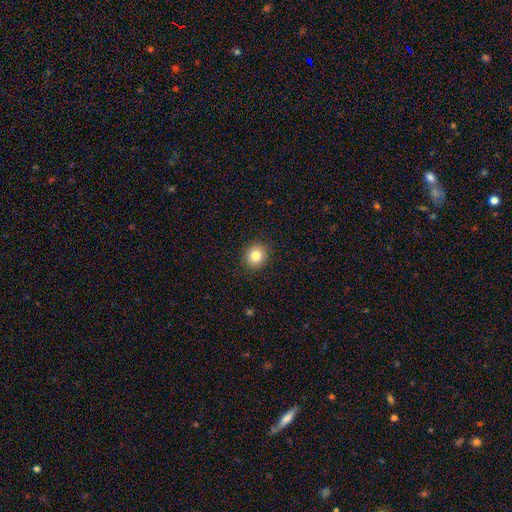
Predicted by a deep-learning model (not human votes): Smooth or featured: smooth — 82% (star or artifact — 10%)
How rounded: round — 83% (in between — 16%)
Merging: none — 90% (minor disturbance — 7%)